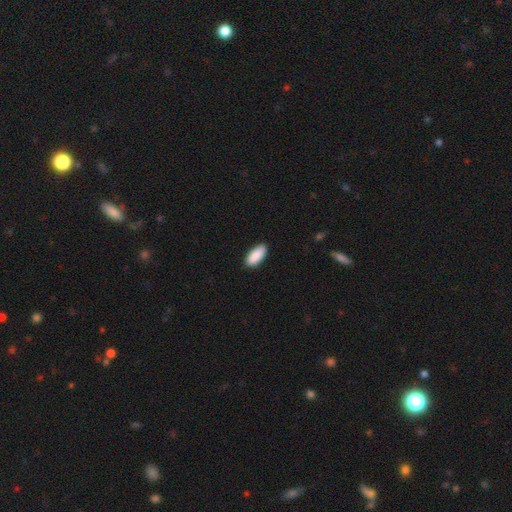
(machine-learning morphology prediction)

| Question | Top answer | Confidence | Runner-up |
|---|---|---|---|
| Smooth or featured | smooth | 91% | star or artifact (6%) |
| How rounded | in between | 91% | cigar-shaped (8%) |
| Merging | none | 88% | minor disturbance (9%) |